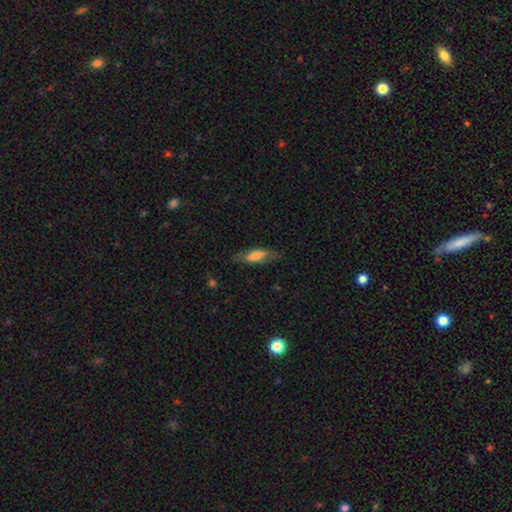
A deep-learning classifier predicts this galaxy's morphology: smooth_or_featured: smooth (p=0.61) [alt: featured or disk p=0.33]
how_rounded: in between (p=0.60) [alt: cigar-shaped p=0.37]
merging: none (p=0.74) [alt: minor disturbance p=0.18]